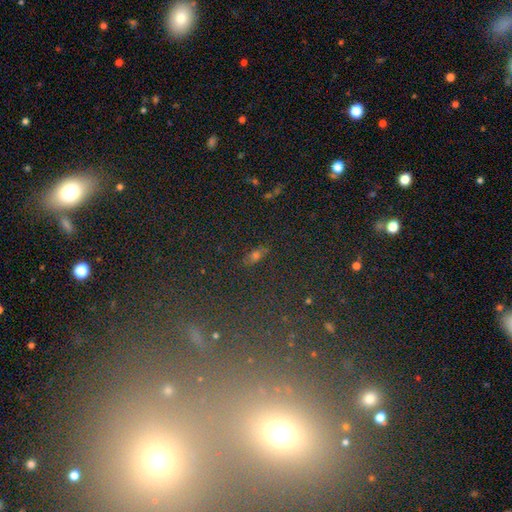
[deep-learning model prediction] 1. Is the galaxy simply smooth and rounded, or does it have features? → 48% smooth, 33% star or artifact, 19% featured or disk.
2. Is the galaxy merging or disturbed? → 82% none, 10% minor disturbance, 4% major disturbance, 4% merger.